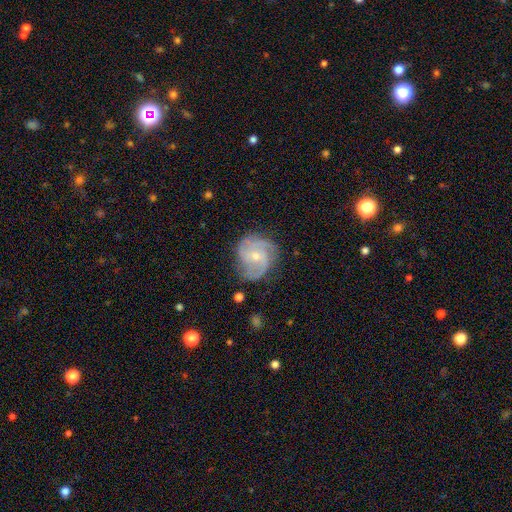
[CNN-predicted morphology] This appears to be a featured or disk galaxy (84%) with no bar (65%), 3 (48%) medium (49%) spiral arms (97%) and a small central bulge (57%). Merging: none (70%).